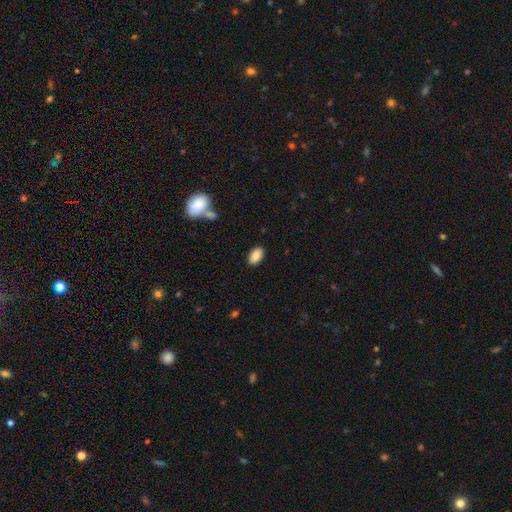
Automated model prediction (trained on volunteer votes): Smooth or featured: smooth — 88% (star or artifact — 7%)
How rounded: in between — 93% (round — 5%)
Merging: none — 87% (minor disturbance — 9%)